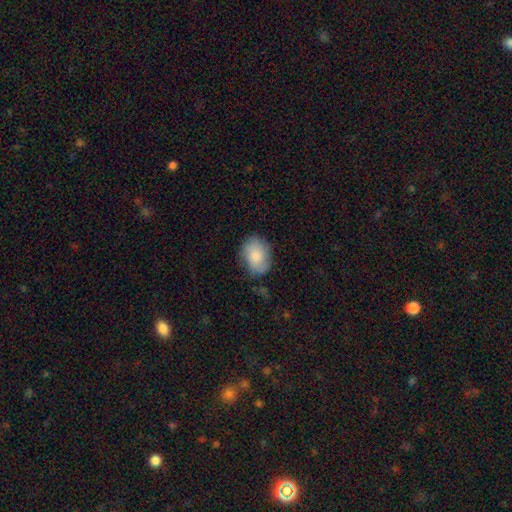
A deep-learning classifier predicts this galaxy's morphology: smooth_or_featured: smooth (p=0.77) [alt: featured or disk p=0.16]
how_rounded: in between (p=0.72) [alt: round p=0.27]
merging: none (p=0.74) [alt: minor disturbance p=0.19]